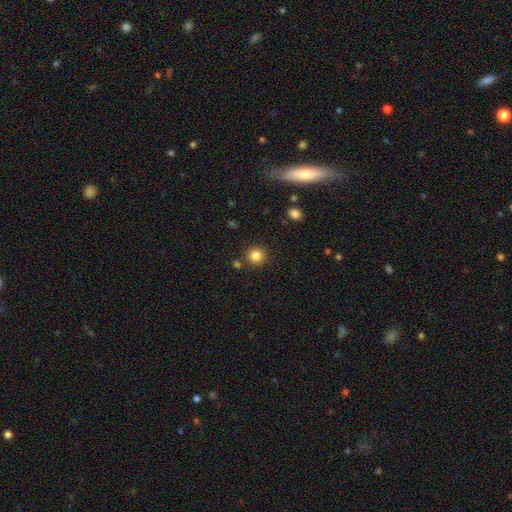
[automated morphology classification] Smooth or featured: smooth — 83% (star or artifact — 12%)
How rounded: round — 92% (in between — 7%)
Merging: none — 87% (minor disturbance — 7%)